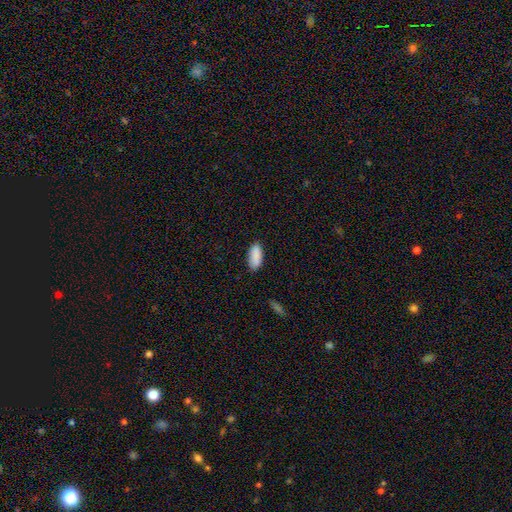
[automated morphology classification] Q: Smooth or featured?
A: smooth (89%); runner-up: star or artifact (7%)
Q: How rounded?
A: in between (87%); runner-up: cigar-shaped (11%)
Q: Merging?
A: none (84%); runner-up: minor disturbance (12%)